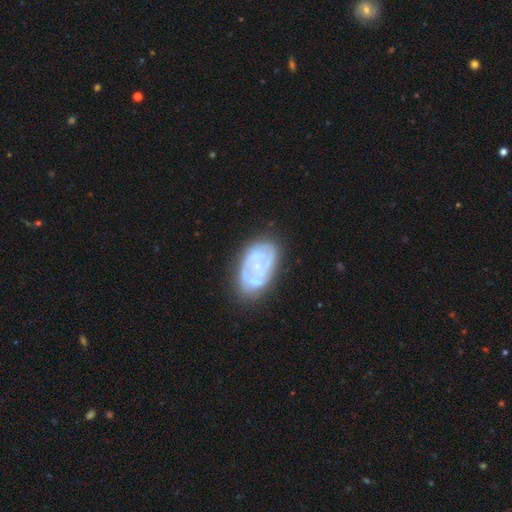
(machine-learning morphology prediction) featured or disk 69%, smooth 24%, star or artifact 7%. Down the decision tree: edge-on disk — no (97%); bar — no (79%); spiral arms — yes (50%, tied with no); bulge size — small (54%); merging — none (56%).